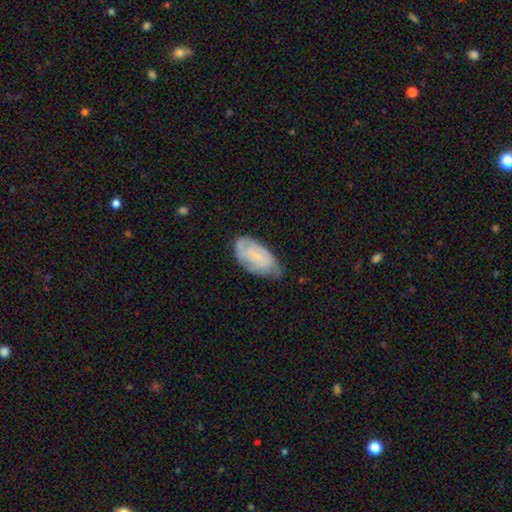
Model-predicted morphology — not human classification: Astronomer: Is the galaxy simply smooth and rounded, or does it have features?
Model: featured or disk — 51% (runner-up: smooth, 41%).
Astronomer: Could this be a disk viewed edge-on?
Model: no — 95%.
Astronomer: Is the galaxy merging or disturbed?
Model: none — 52% (runner-up: minor disturbance, 37%).